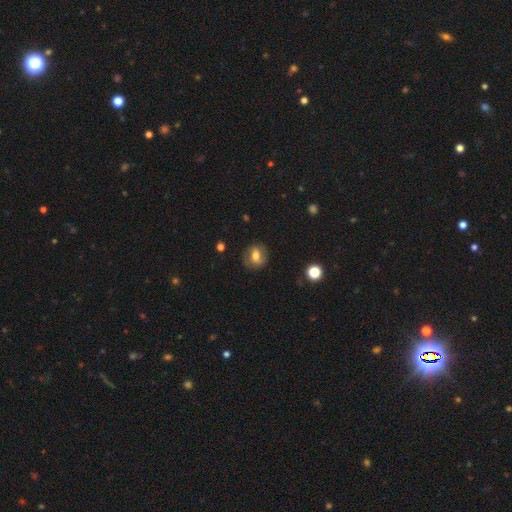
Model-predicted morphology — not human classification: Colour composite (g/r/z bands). It shows a smooth galaxy with no disk features (54%) that is round (60%). Merging: none (78%).